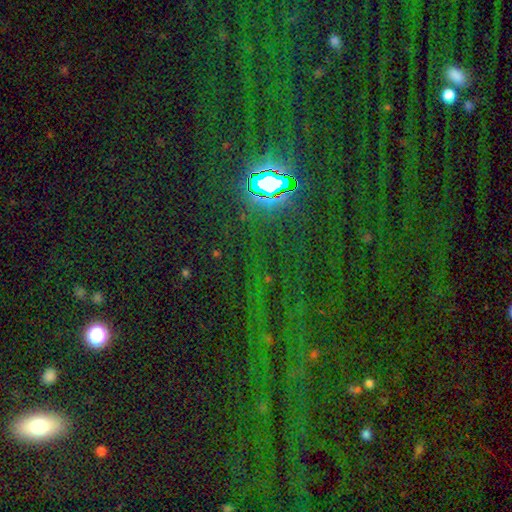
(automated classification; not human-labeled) A star or artifact, not a galaxy (83%).